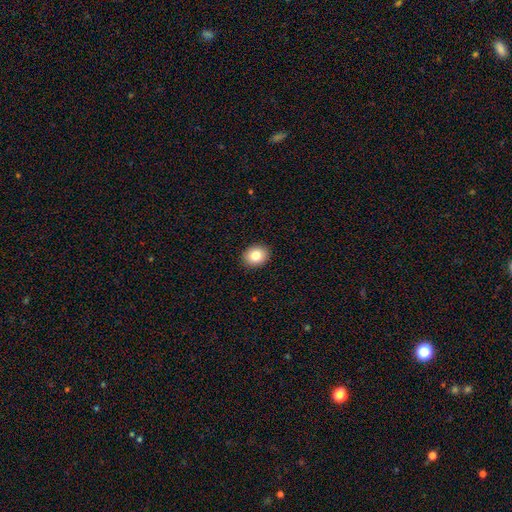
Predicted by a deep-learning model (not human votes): The model was most divided on "how rounded": in between: 51%, round: 48%, cigar-shaped: 1%. More confident: merging — none (91%); smooth or featured — smooth (84%).